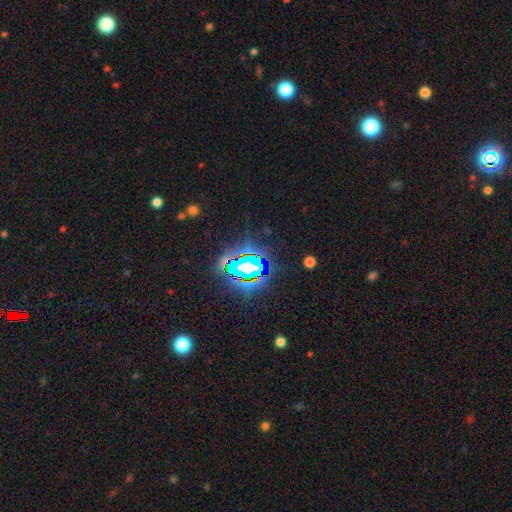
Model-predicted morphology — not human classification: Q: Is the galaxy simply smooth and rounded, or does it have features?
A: star or artifact — 81%.